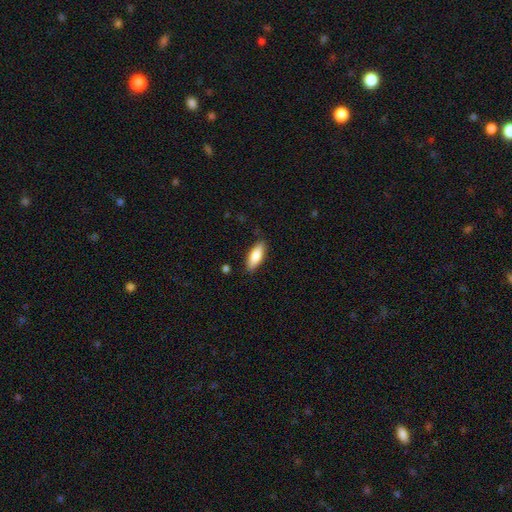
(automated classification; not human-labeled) A smooth galaxy with no disk features (79%) that is in between round and cigar-shaped (71%). Merging: none (85%).